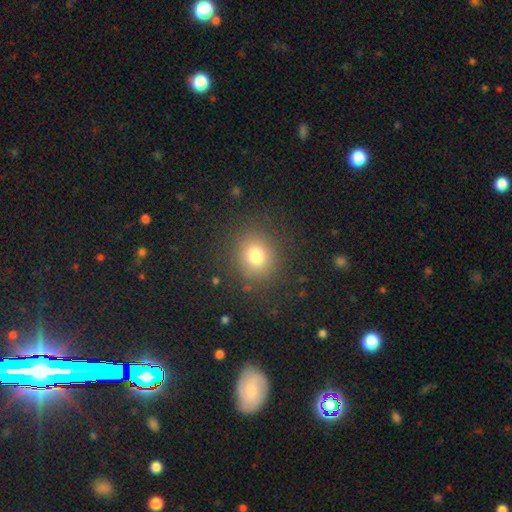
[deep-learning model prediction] Smooth or featured: smooth — 76% (star or artifact — 15%)
How rounded: round — 82% (in between — 17%)
Merging: none — 87% (minor disturbance — 8%)